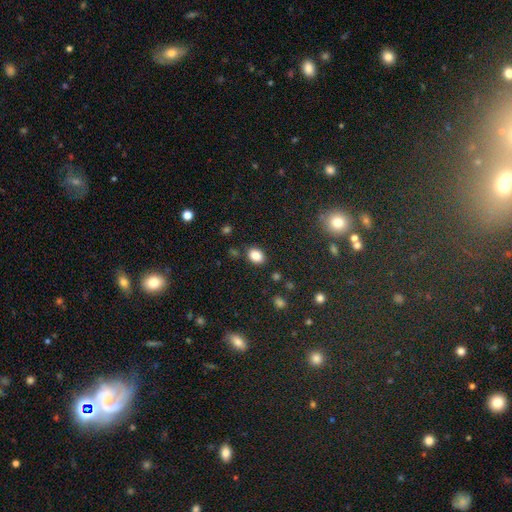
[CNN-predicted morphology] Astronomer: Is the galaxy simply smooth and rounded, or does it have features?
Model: smooth — 86%.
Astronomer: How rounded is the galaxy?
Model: in between — 72%.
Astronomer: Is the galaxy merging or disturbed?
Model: none — 82%.